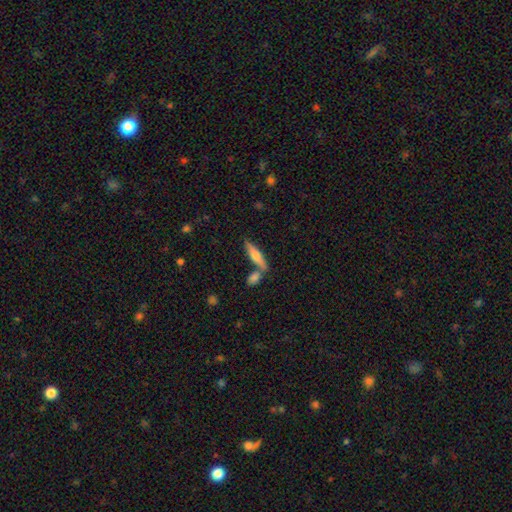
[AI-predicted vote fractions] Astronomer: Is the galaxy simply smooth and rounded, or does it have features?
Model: smooth — 53% (runner-up: featured or disk, 41%).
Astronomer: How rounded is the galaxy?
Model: cigar-shaped — 75%.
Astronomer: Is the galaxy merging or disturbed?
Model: none — 67%.